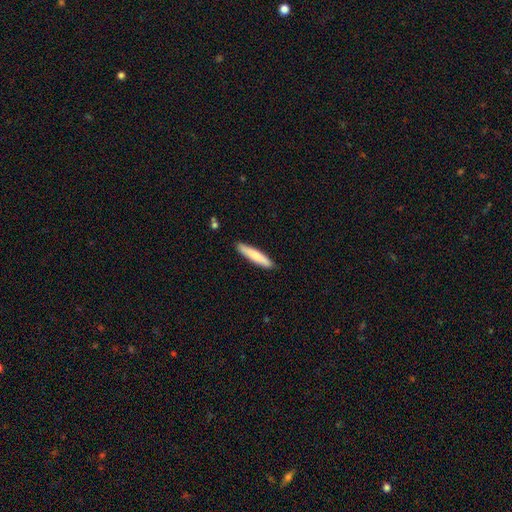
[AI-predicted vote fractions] Smooth or featured?
  - smooth: 80% *
  - featured or disk: 15%
  - star or artifact: 5%
How rounded?
  - cigar-shaped: 88% *
  - in between: 10%
  - round: 1%
Merging?
  - none: 90% *
  - minor disturbance: 8%
  - major disturbance: 1%
  - merger: 1%